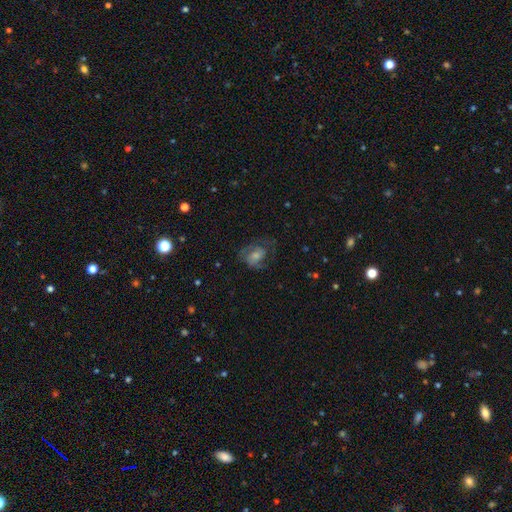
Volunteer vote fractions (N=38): This is likely a featured or disk galaxy (79%). It is clearly not viewed edge-on (93%). Bar: possibly weak (50%). Spiral arm pattern: clearly yes (93%). Spiral arm count: possibly 2 (58%). Spiral winding: possibly medium (50%). Central bulge: possibly moderate (54%). Merging: possibly none (58%).